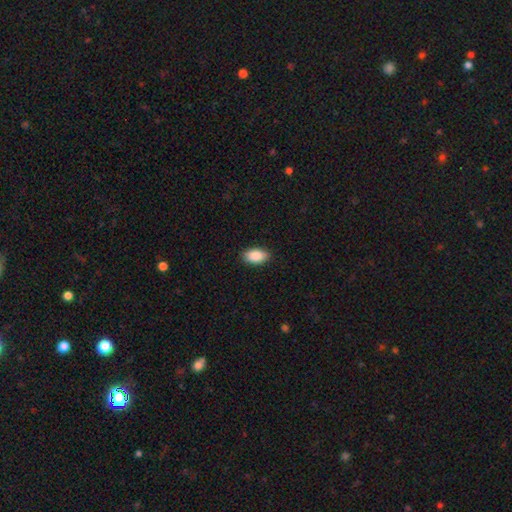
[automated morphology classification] Smooth or featured?
  - smooth: 89% *
  - star or artifact: 7%
  - featured or disk: 4%
How rounded?
  - in between: 93% *
  - round: 4%
  - cigar-shaped: 2%
Merging?
  - none: 88% *
  - minor disturbance: 9%
  - major disturbance: 2%
  - merger: 1%